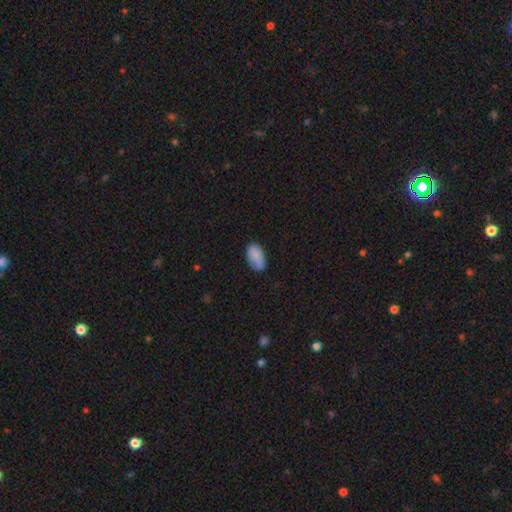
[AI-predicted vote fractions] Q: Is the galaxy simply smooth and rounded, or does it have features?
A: smooth — 87%.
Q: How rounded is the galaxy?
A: in between — 94%.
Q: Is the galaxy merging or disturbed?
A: none — 75%.